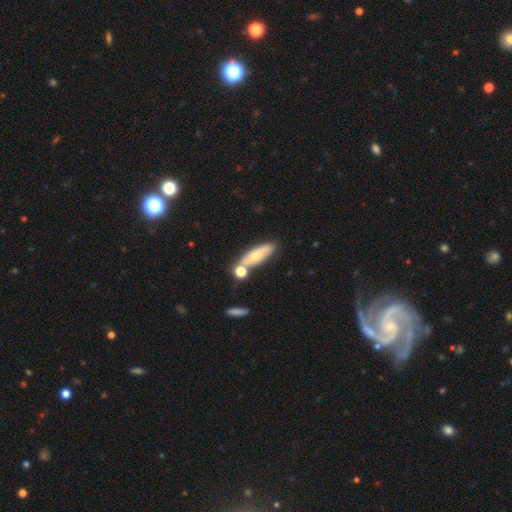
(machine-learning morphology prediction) A smooth galaxy with no disk features (60%) that is in between round and cigar-shaped (52%).

Vote fractions:
- Smooth or featured? smooth: 60% / featured or disk: 32% / star or artifact: 8%
- How rounded? in between: 52% / cigar-shaped: 44% / round: 4%
- Merging? none: 62% / merger: 20% / minor disturbance: 14% / major disturbance: 4%